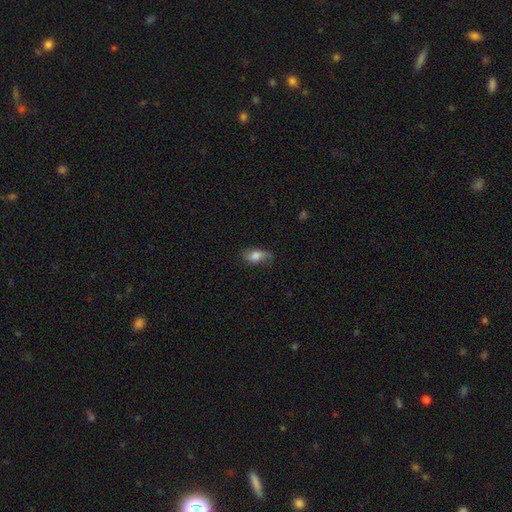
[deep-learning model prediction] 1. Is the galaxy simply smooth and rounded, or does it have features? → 66% smooth, 26% featured or disk, 8% star or artifact.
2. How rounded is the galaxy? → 85% in between, 9% round, 6% cigar-shaped.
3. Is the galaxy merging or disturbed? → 59% none, 29% minor disturbance, 10% major disturbance, 2% merger.